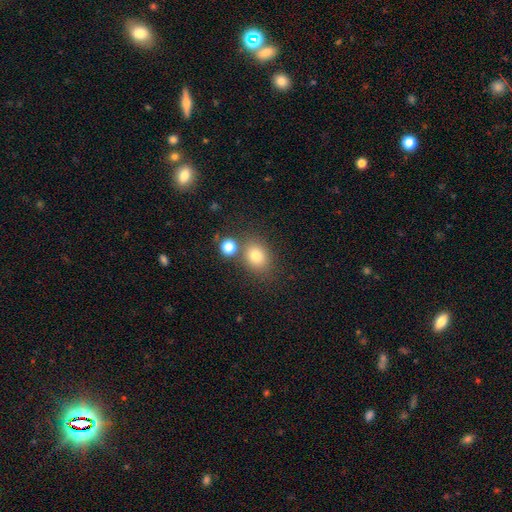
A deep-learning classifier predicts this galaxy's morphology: Smooth or featured: smooth — 78% (star or artifact — 13%)
How rounded: round — 61% (in between — 38%)
Merging: none — 70% (merger — 15%)